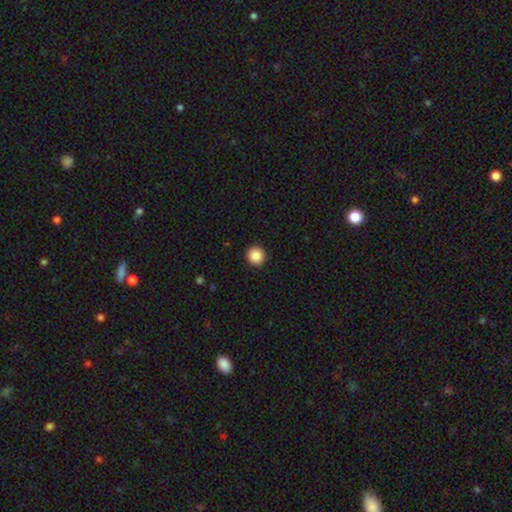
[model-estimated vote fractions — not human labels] Q: Smooth or featured?
A: smooth (87%); runner-up: star or artifact (9%)
Q: How rounded?
A: round (95%); runner-up: in between (4%)
Q: Merging?
A: none (93%); runner-up: minor disturbance (4%)